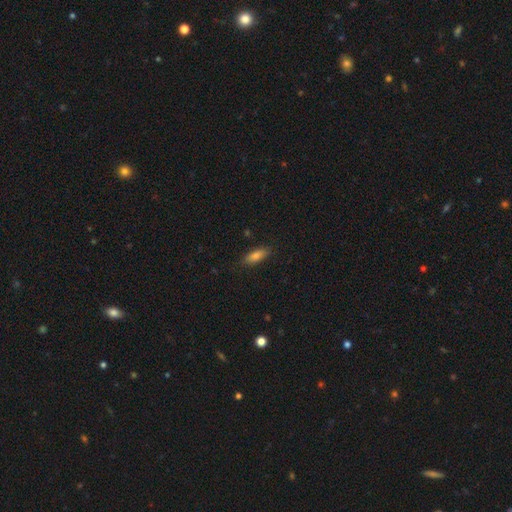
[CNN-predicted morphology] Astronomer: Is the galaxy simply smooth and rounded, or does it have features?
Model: smooth — 78%.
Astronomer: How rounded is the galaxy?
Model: in between — 64%.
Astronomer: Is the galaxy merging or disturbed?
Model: none — 85%.